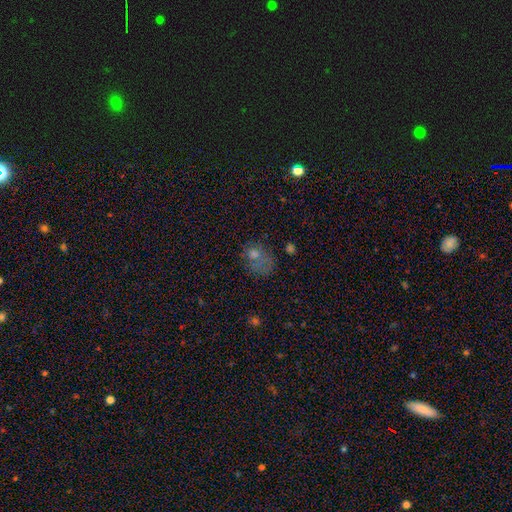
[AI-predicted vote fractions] Morphology: type=smooth (62%); roundness=in between (56%); merging=none (35%).